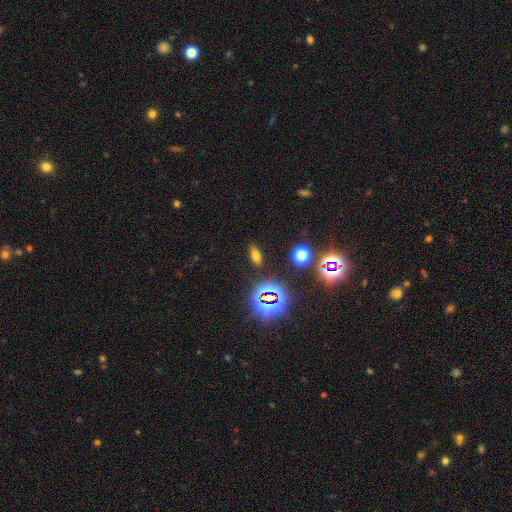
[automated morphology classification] smooth 61%, star or artifact 28%, featured or disk 10%. Down the decision tree: how rounded — in between (76%); merging — none (86%).